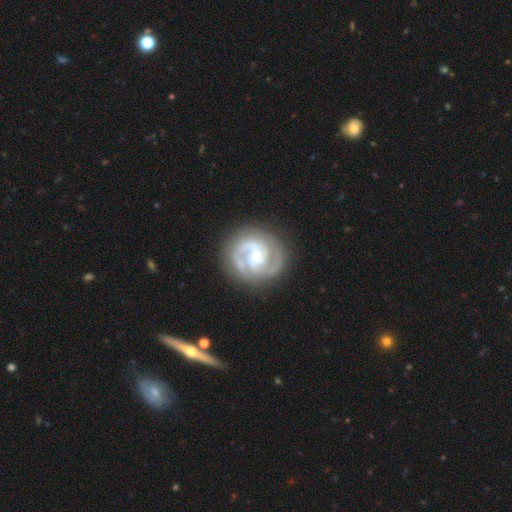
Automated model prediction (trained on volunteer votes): Overall: featured or disk (89%). Edge-on disk: no (98%). Bar: no (52%; weak 35%). Spiral arms: yes (98%). Spiral arm count: 2 (80%). Spiral winding: tight (55%; medium 39%). Bulge size: small (58%; moderate 37%). Merging: none (82%).